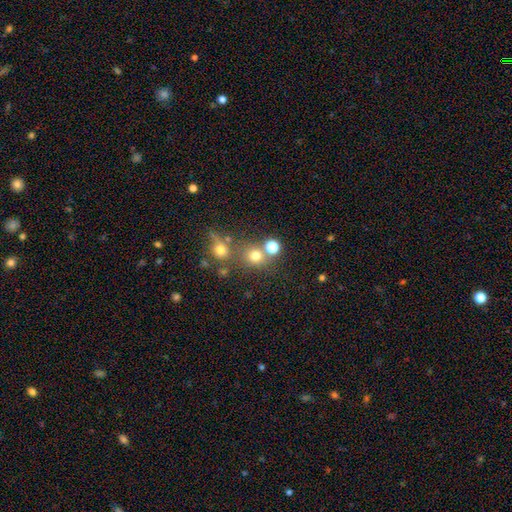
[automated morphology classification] smooth_or_featured: smooth (p=0.70) [alt: star or artifact p=0.20]
how_rounded: round (p=0.84) [alt: in between p=0.15]
merging: none (p=0.61) [alt: merger p=0.24]